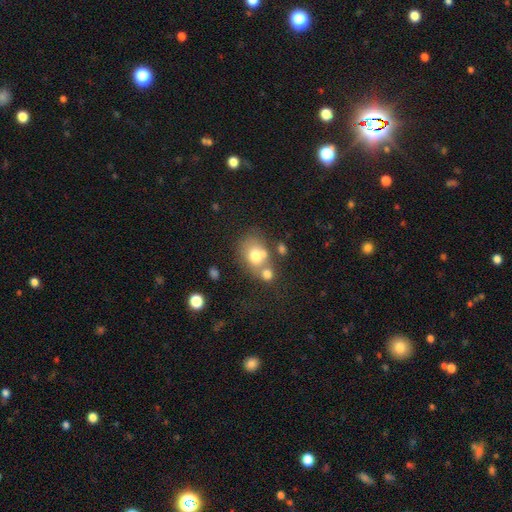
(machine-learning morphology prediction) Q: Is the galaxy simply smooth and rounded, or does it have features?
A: smooth — 70%.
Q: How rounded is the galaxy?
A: in between — 50%.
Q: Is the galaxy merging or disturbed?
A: none — 41%.